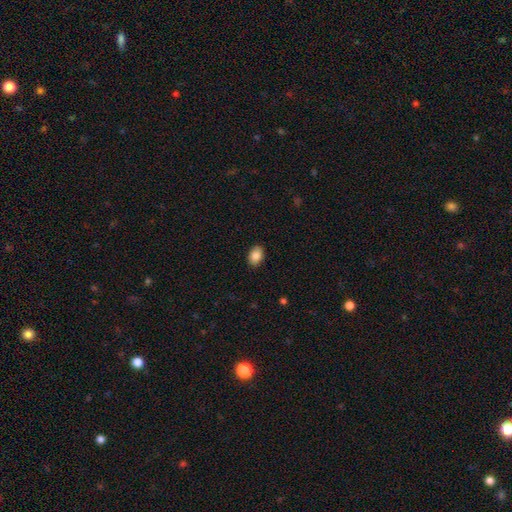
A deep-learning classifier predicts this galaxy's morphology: A smooth galaxy with no disk features (86%) that is in between round and cigar-shaped (81%). Merging: none (89%).